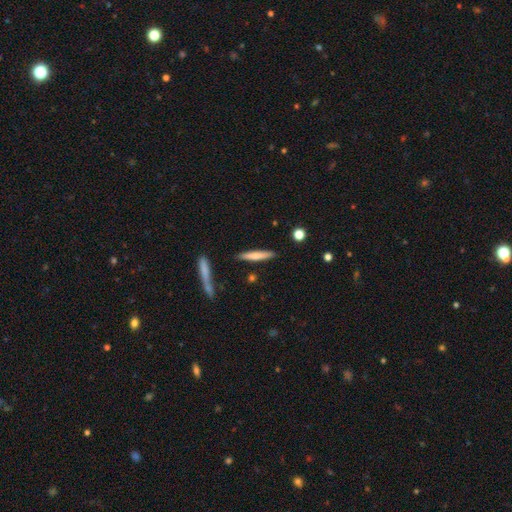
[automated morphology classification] Q: Smooth or featured?
A: smooth (69%); runner-up: featured or disk (26%)
Q: How rounded?
A: cigar-shaped (92%); runner-up: in between (7%)
Q: Merging?
A: none (86%); runner-up: minor disturbance (9%)